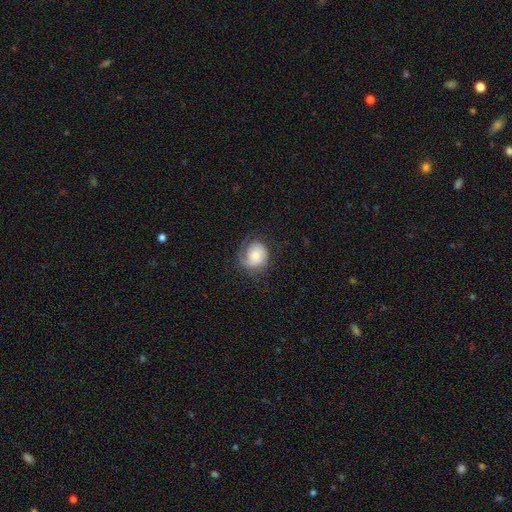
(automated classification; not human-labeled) smooth_or_featured: featured or disk (p=0.47) [alt: smooth p=0.45]
merging: none (p=0.59) [alt: minor disturbance p=0.22]